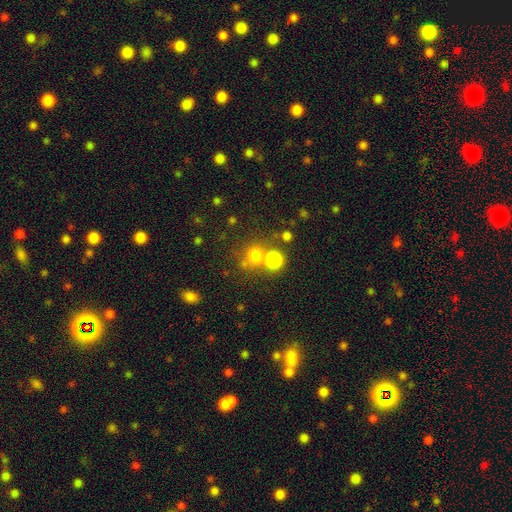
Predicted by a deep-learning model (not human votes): Overall: smooth (71%). How rounded: round (87%). Merging: none (60%; merger 27%).